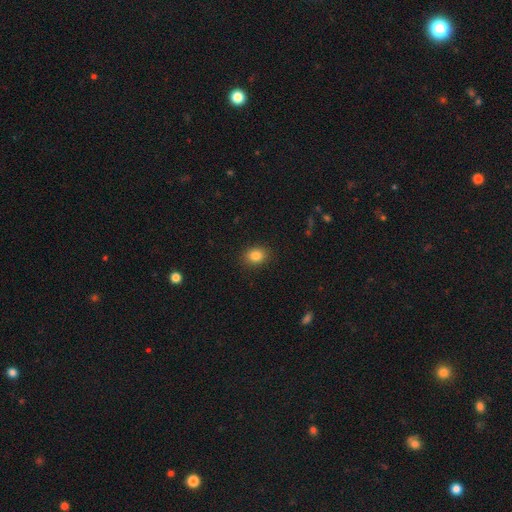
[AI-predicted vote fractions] The model was most divided on "how rounded": in between: 52%, round: 47%, cigar-shaped: 1%. More confident: merging — none (89%); smooth or featured — smooth (84%).